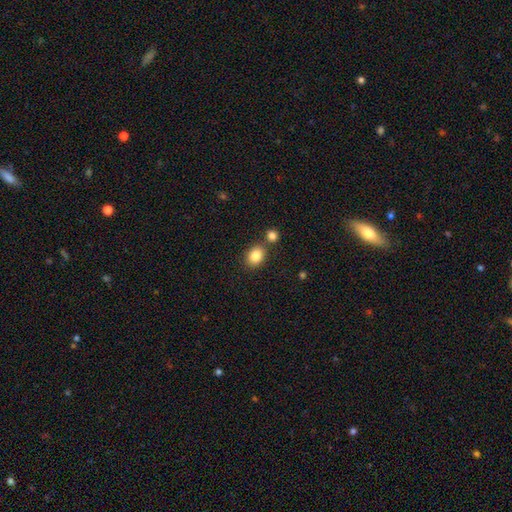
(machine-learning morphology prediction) This is clearly a smooth galaxy (85%). How rounded: possibly in between (55%). Merging: likely none (72%).